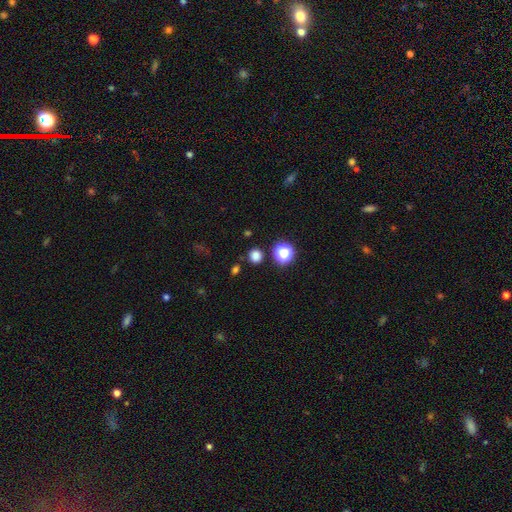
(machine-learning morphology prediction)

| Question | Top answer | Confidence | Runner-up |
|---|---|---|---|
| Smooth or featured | smooth | 78% | star or artifact (18%) |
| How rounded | round | 90% | in between (9%) |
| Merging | none | 85% | minor disturbance (7%) |